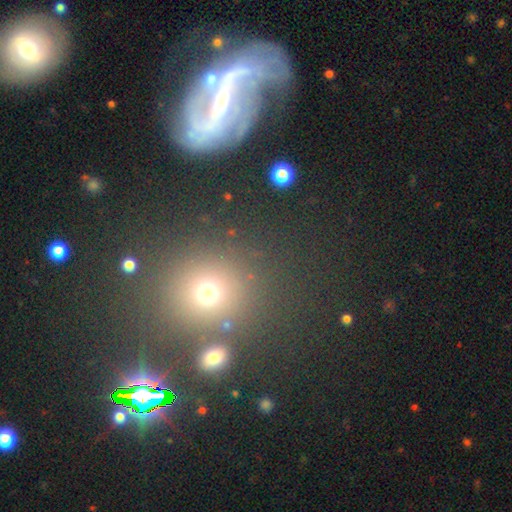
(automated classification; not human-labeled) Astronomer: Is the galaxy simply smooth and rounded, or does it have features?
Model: smooth — 45% (runner-up: featured or disk, 28%).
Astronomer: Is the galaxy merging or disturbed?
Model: none — 74%.